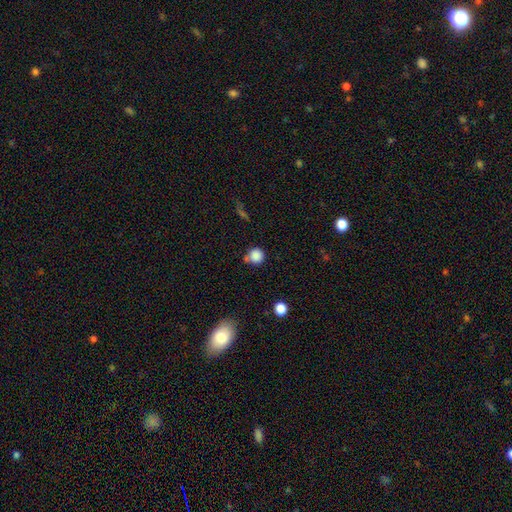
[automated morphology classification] A smooth galaxy with no disk features (85%) that is round (92%). Merging: none (63%).